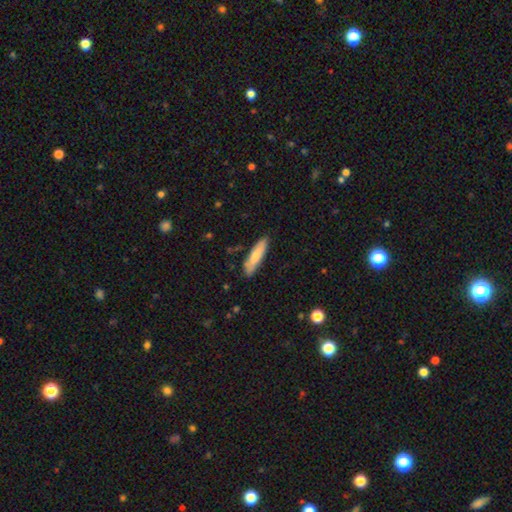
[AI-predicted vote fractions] This is likely a smooth galaxy (77%). How rounded: likely cigar-shaped (74%). Merging: clearly none (82%).